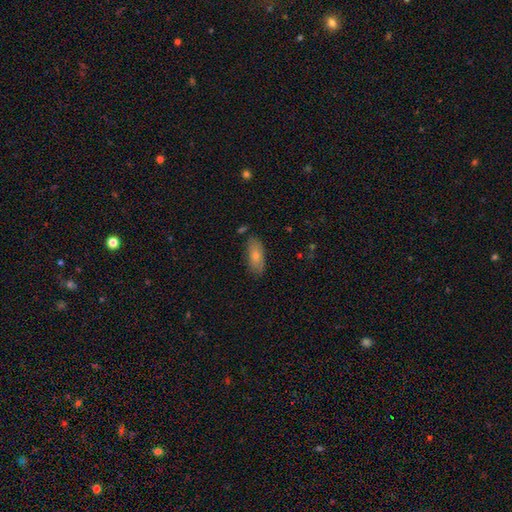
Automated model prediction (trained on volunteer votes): Smooth or featured: smooth — 64% (featured or disk — 26%)
How rounded: in between — 80% (cigar-shaped — 17%)
Merging: none — 81% (minor disturbance — 14%)